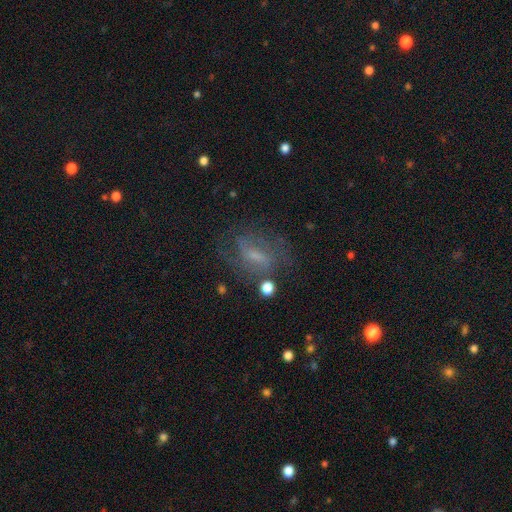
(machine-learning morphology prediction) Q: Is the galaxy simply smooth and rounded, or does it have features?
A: featured or disk — 57%.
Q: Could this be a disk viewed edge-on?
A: no — 92%.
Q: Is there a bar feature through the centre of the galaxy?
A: weak — 48%.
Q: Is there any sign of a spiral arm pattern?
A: yes — 75%.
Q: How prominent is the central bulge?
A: small — 38%.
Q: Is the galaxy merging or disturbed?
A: none — 61%.